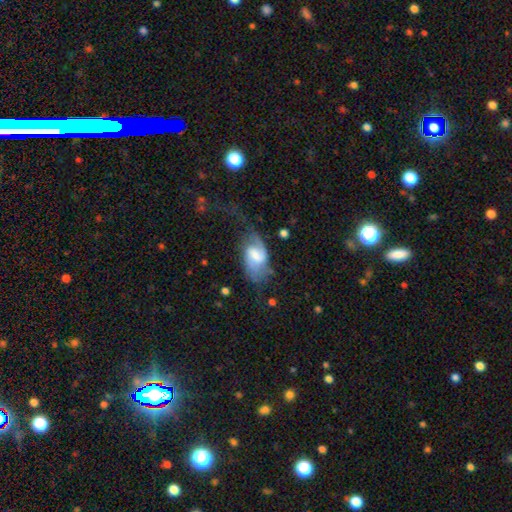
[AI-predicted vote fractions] A featured or disk galaxy (64%) with a weak bar (56%), 2 (72%) medium (42%) spiral arms (87%) and a moderate central bulge (41%).

Vote fractions:
- Smooth or featured? featured or disk: 64% / smooth: 29% / star or artifact: 7%
- Edge-on disk? no: 96% / yes: 4%
- Bar? weak: 56% / no: 25% / strong: 19%
- Spiral arms? yes: 87% / no: 13%
- Spiral winding? medium: 42% / loose: 41% / tight: 17%
- Spiral arm count? 2: 72% / 1: 13% / can't tell: 11% / 3: 2% / 4: 1% / more than 4: 1%
- Bulge size? moderate: 41% / small: 26% / large: 17% / none: 14% / dominant: 2%
- Merging? none: 38% / major disturbance: 33% / minor disturbance: 26% / merger: 3%